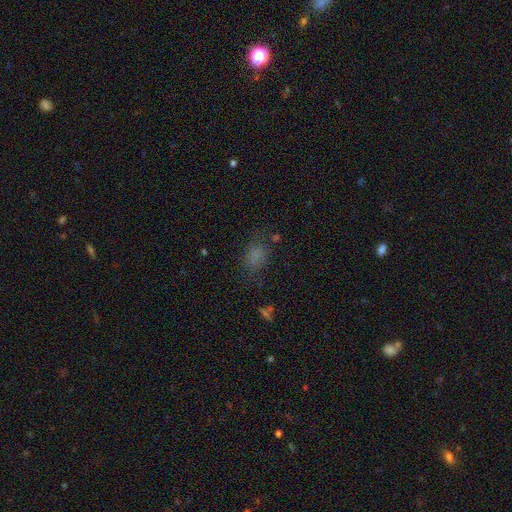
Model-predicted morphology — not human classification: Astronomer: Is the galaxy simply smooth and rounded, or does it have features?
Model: smooth — 73%.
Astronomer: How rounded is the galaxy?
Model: in between — 72%.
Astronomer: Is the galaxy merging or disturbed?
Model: none — 64%.